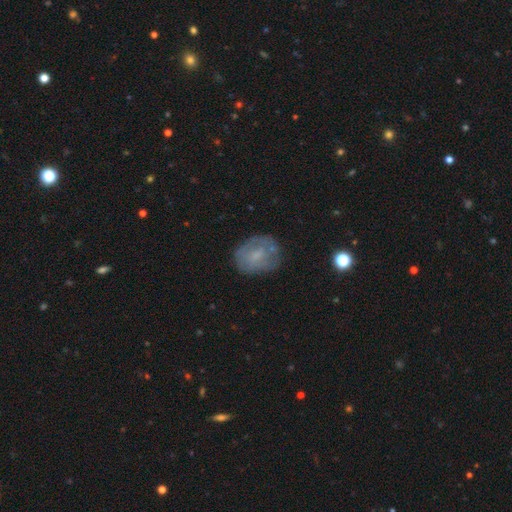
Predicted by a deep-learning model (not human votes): Smooth or featured: smooth — 56% (featured or disk — 35%)
How rounded: round — 50% (in between — 48%)
Merging: none — 65% (minor disturbance — 22%)